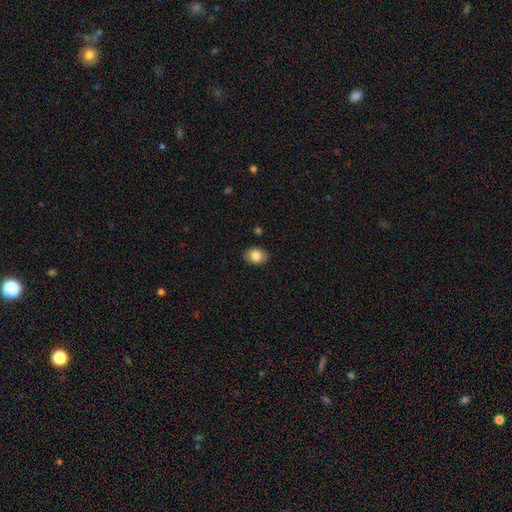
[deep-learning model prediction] Smooth or featured: smooth — 83% (featured or disk — 10%)
How rounded: in between — 67% (round — 32%)
Merging: none — 89% (minor disturbance — 8%)